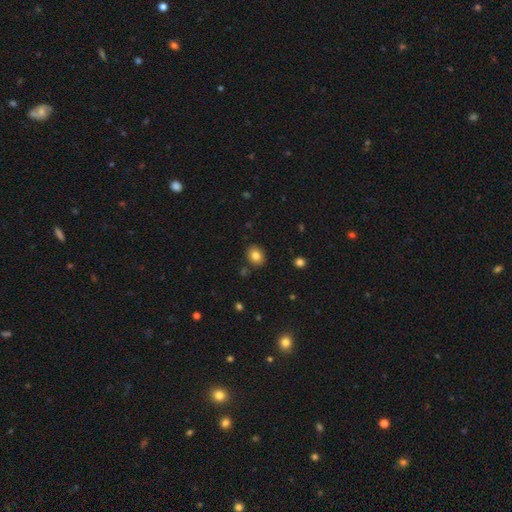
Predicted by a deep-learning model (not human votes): smooth 82%, star or artifact 10%, featured or disk 8%. Down the decision tree: how rounded — round (53%); merging — none (87%).